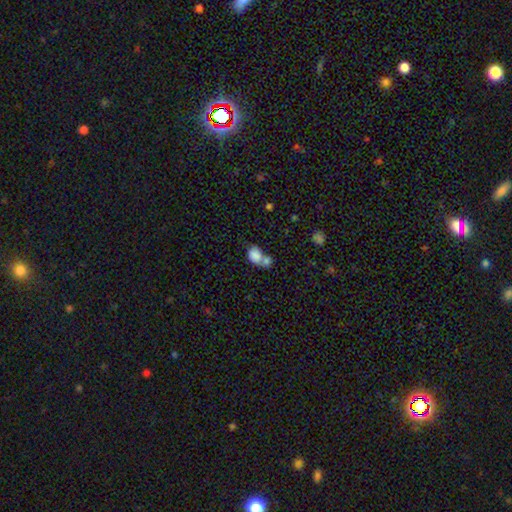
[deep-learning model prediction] Smooth or featured? smooth (81%)
How rounded? in between (67%)
Merging? merger (62%)